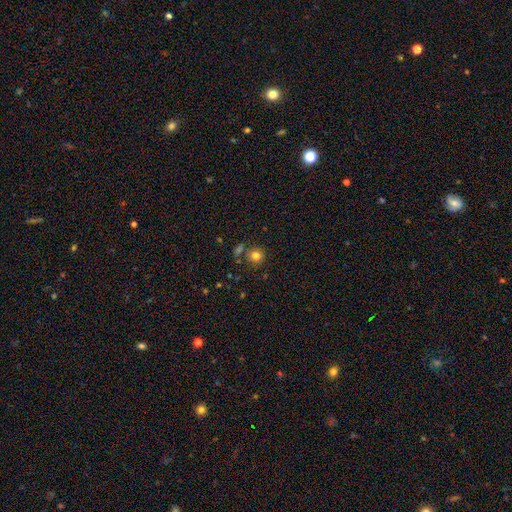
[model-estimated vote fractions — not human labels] Q: Smooth or featured?
A: smooth (80%); runner-up: star or artifact (13%)
Q: How rounded?
A: round (91%); runner-up: in between (8%)
Q: Merging?
A: none (75%); runner-up: merger (12%)